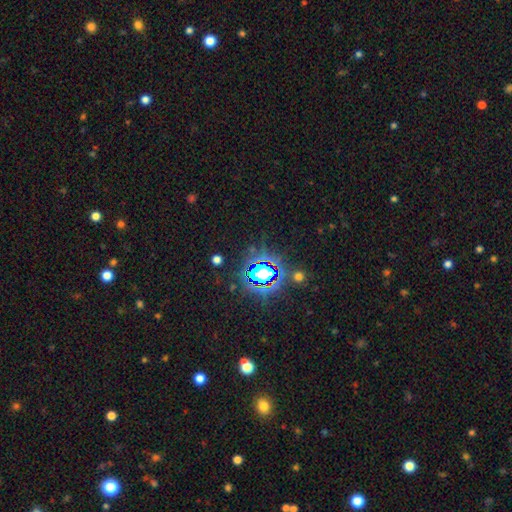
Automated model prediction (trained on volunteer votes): This appears to be a star or artifact, not a galaxy (79%).